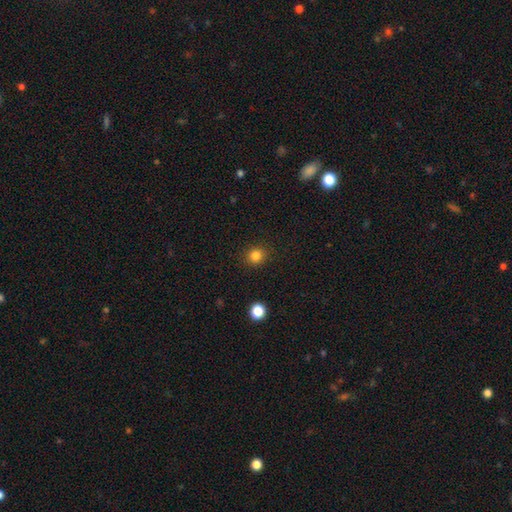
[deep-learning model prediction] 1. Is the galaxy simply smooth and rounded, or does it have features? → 83% smooth, 13% star or artifact, 4% featured or disk.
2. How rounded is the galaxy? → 87% round, 12% in between, 1% cigar-shaped.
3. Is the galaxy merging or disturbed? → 91% none, 6% minor disturbance, 2% major disturbance, 1% merger.